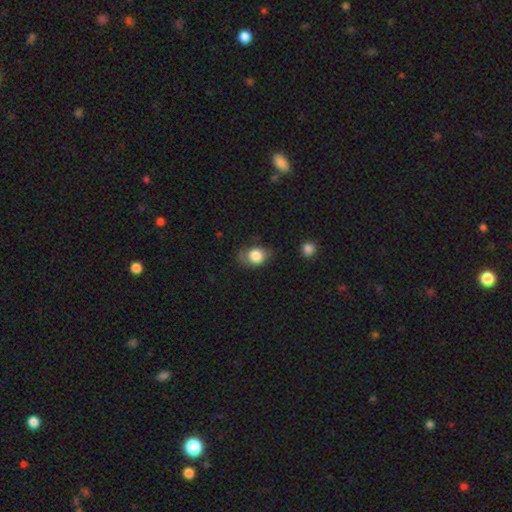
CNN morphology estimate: Smooth or featured?
  - smooth: 79% *
  - featured or disk: 13%
  - star or artifact: 8%
How rounded?
  - in between: 56% *
  - round: 42%
  - cigar-shaped: 1%
Merging?
  - none: 62% *
  - minor disturbance: 26%
  - major disturbance: 9%
  - merger: 2%